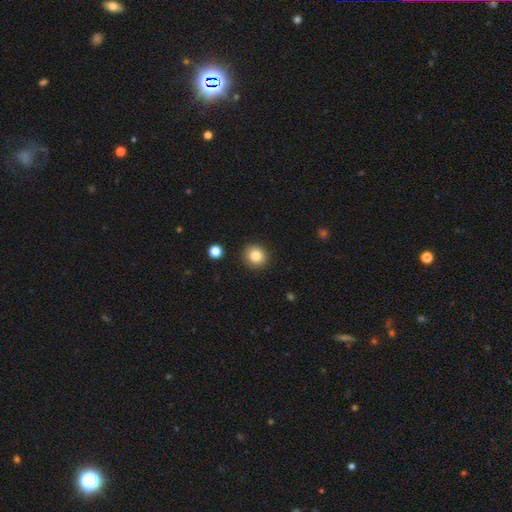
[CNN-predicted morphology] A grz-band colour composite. It shows a smooth galaxy with no disk features (84%) that is round (87%). Merging: none (91%).